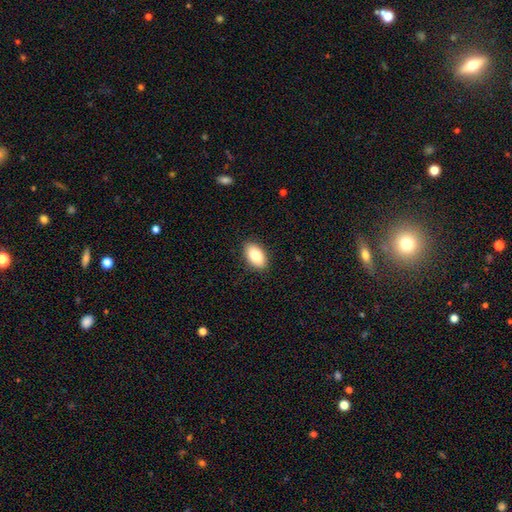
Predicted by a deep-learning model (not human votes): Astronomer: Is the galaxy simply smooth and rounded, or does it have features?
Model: smooth — 83%.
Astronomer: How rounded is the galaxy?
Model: in between — 93%.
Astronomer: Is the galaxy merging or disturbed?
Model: none — 89%.